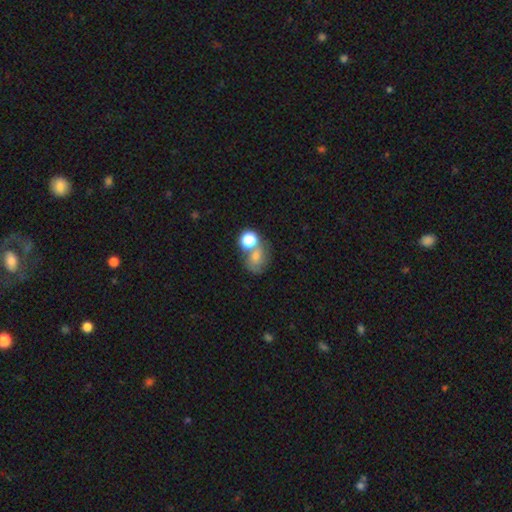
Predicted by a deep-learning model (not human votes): Morphology: type=smooth (60%); roundness=round (59%); merging=merger (42%).